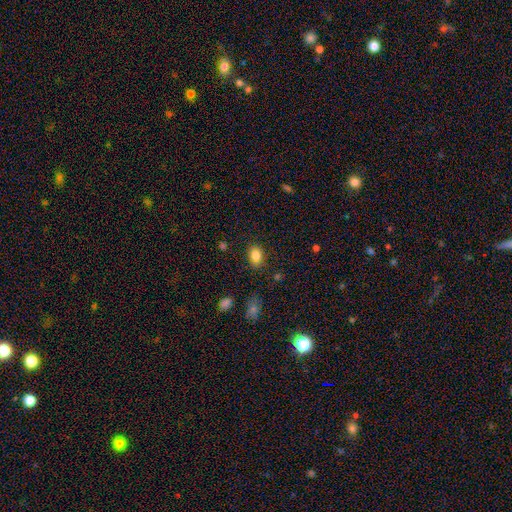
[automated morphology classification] This is clearly a smooth galaxy (84%). How rounded: likely in between (70%). Merging: clearly none (83%).